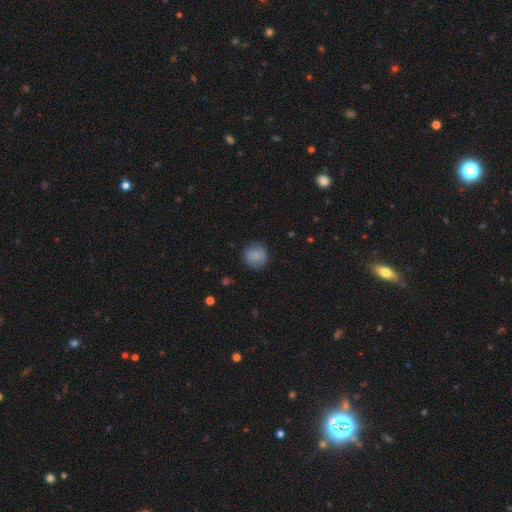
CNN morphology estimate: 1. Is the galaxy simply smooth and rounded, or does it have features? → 85% smooth, 8% star or artifact, 7% featured or disk.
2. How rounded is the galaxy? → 90% round, 9% in between, 1% cigar-shaped.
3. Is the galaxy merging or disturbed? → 84% none, 12% minor disturbance, 3% major disturbance, 1% merger.